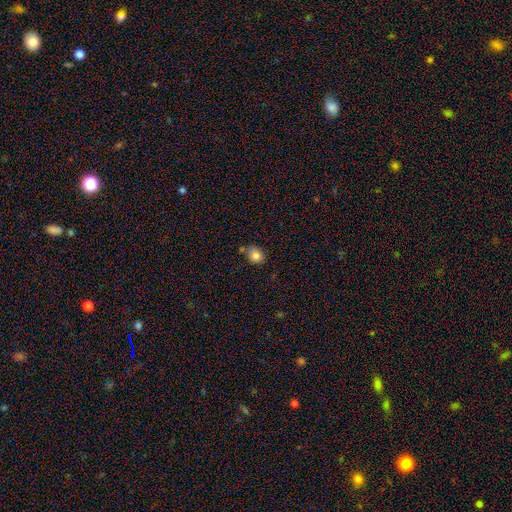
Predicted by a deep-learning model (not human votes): Smooth or featured? Predicted: smooth (p=0.83). How rounded? Predicted: round (p=0.68). Merging? Predicted: none (p=0.67).